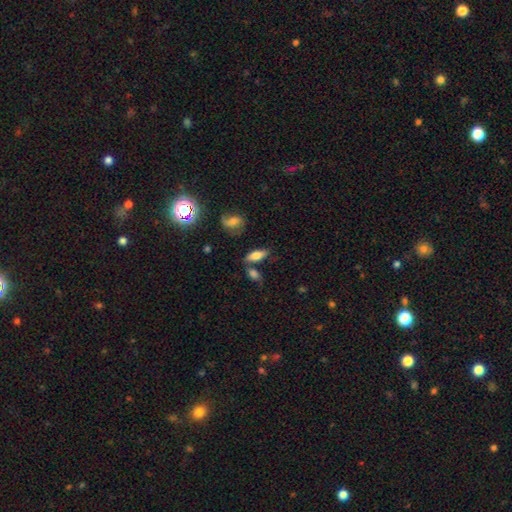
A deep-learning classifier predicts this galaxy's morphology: Smooth or featured: smooth — 73% (featured or disk — 17%)
How rounded: in between — 71% (cigar-shaped — 25%)
Merging: none — 66% (merger — 15%)